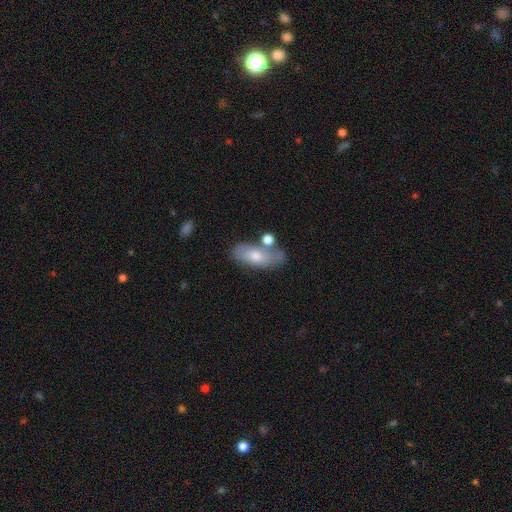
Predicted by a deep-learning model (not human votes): Smooth or featured? Predicted: smooth (p=0.55). How rounded? Predicted: in between (p=0.81). Merging? Predicted: none (p=0.55).